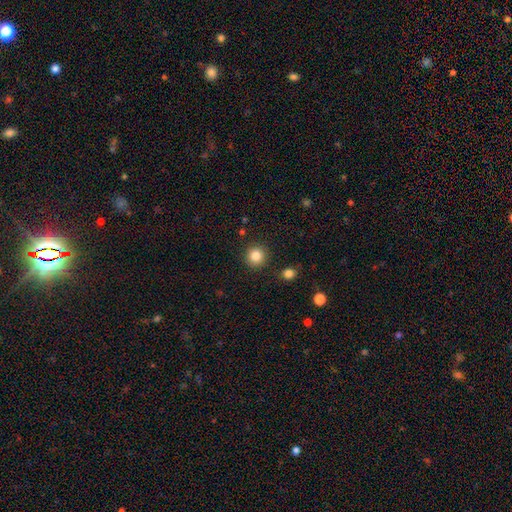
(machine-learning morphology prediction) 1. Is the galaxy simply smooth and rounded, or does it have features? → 85% smooth, 10% star or artifact, 4% featured or disk.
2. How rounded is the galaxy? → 94% round, 5% in between, 1% cigar-shaped.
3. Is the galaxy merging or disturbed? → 90% none, 6% minor disturbance, 2% major disturbance, 2% merger.